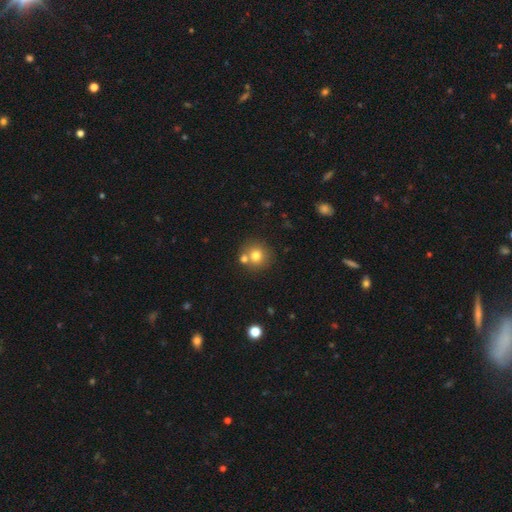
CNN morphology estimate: A smooth galaxy with no disk features (75%) that is round (91%).

Vote fractions:
- Smooth or featured? smooth: 75% / star or artifact: 13% / featured or disk: 12%
- How rounded? round: 91% / in between: 8% / cigar-shaped: 1%
- Merging? none: 66% / merger: 24% / minor disturbance: 8% / major disturbance: 3%